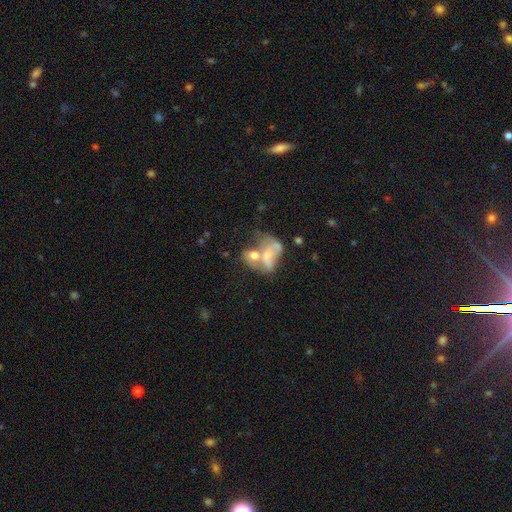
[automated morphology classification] Q: Smooth or featured?
A: featured or disk (51%); runner-up: smooth (35%)
Q: Edge-on disk?
A: no (95%); runner-up: yes (5%)
Q: Merging?
A: merger (58%); runner-up: none (17%)